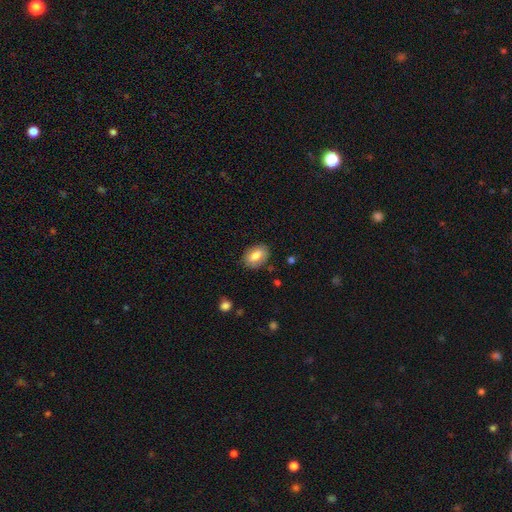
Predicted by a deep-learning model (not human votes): Q: Smooth or featured?
A: smooth (82%); runner-up: featured or disk (11%)
Q: How rounded?
A: in between (86%); runner-up: round (12%)
Q: Merging?
A: none (84%); runner-up: minor disturbance (12%)